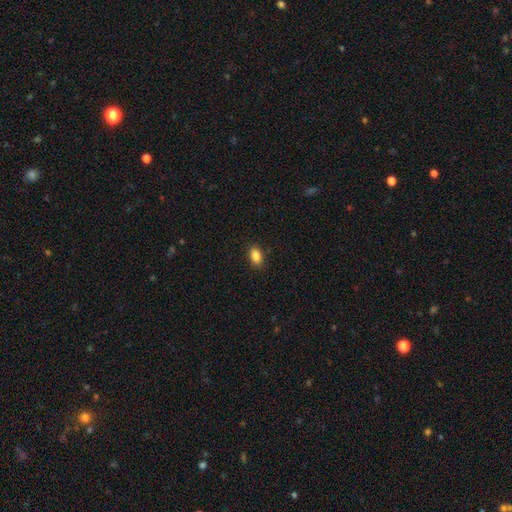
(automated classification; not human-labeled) The model was most divided on "how rounded": in between: 88%, round: 10%, cigar-shaped: 2%. More confident: merging — none (88%); smooth or featured — smooth (87%).